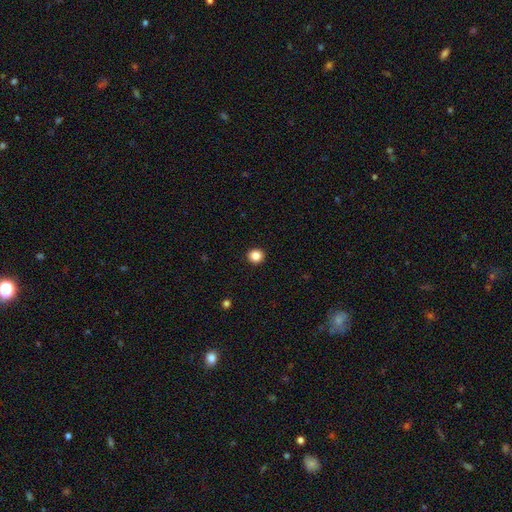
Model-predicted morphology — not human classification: Q: Smooth or featured?
A: smooth (86%); runner-up: star or artifact (10%)
Q: How rounded?
A: round (93%); runner-up: in between (6%)
Q: Merging?
A: none (94%); runner-up: minor disturbance (4%)